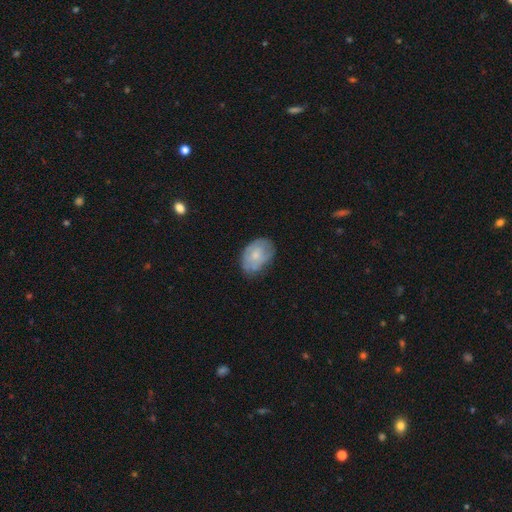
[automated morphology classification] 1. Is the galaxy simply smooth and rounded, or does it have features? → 56% smooth, 37% featured or disk, 7% star or artifact.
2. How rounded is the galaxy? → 82% in between, 17% round, 1% cigar-shaped.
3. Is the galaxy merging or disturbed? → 61% none, 29% minor disturbance, 8% major disturbance, 2% merger.